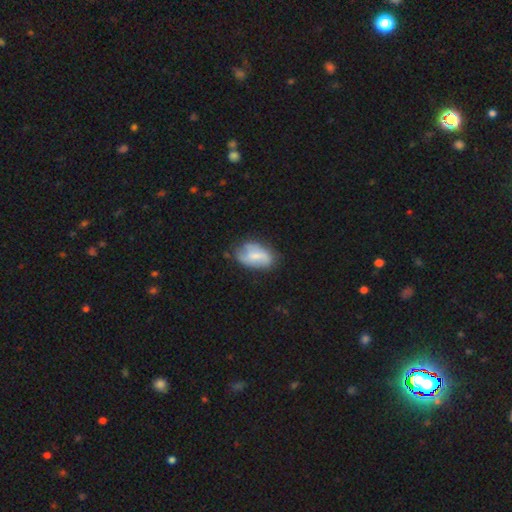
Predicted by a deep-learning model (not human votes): Smooth or featured?
  - smooth: 54% *
  - featured or disk: 39%
  - star or artifact: 7%
How rounded?
  - in between: 91% *
  - round: 7%
  - cigar-shaped: 2%
Merging?
  - none: 54% *
  - minor disturbance: 31%
  - major disturbance: 11%
  - merger: 3%